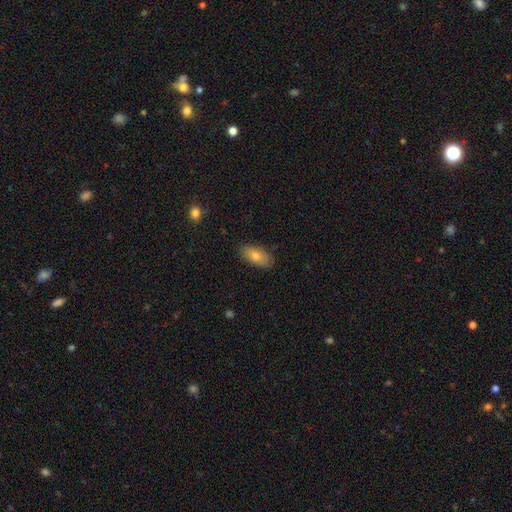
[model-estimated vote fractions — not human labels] This is likely a smooth galaxy (70%). How rounded: clearly in between (89%). Merging: clearly none (83%).